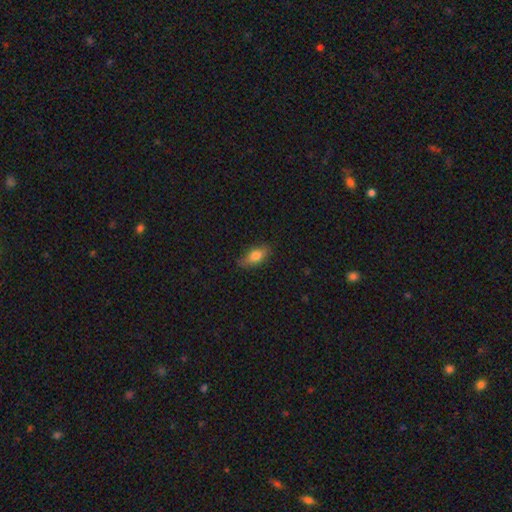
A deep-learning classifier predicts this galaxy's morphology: type=smooth (74%); roundness=in between (79%); merging=none (77%).